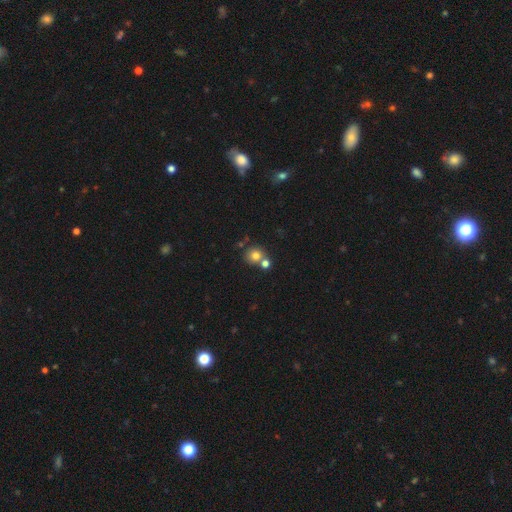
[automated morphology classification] Smooth or featured: smooth — 76% (star or artifact — 13%)
How rounded: round — 86% (in between — 13%)
Merging: none — 58% (merger — 31%)